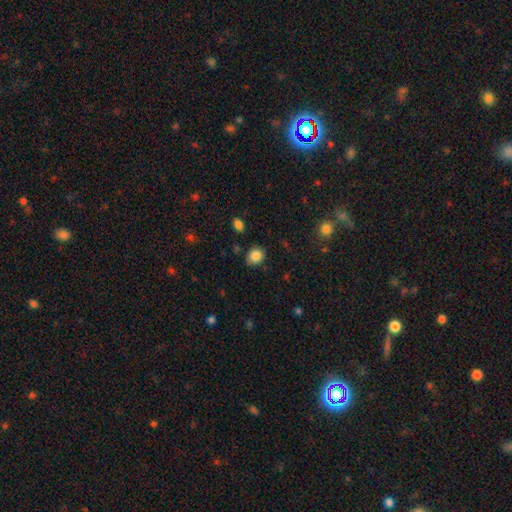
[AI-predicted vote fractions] The model was most divided on "how rounded": round: 65%, in between: 34%, cigar-shaped: 1%. More confident: smooth or featured — smooth (86%); merging — none (79%).